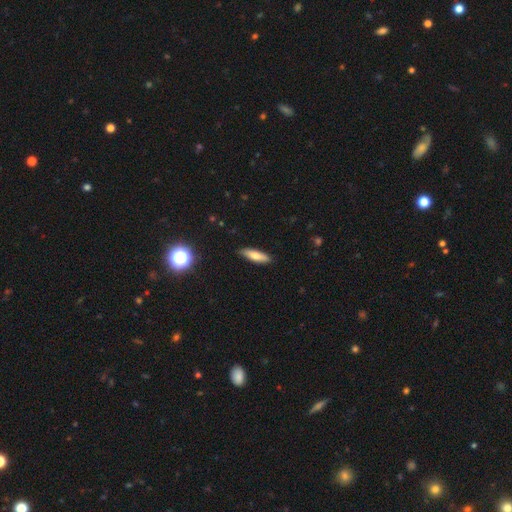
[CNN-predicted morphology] smooth_or_featured: smooth (p=0.72) [alt: featured or disk p=0.20]
how_rounded: cigar-shaped (p=0.60) [alt: in between p=0.38]
merging: none (p=0.86) [alt: minor disturbance p=0.11]